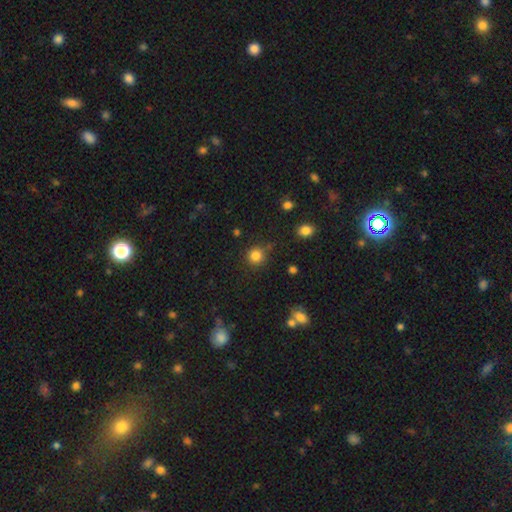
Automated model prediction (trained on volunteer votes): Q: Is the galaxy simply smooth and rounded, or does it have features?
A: smooth — 83%.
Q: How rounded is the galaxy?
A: round — 92%.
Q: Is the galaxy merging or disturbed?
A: none — 83%.